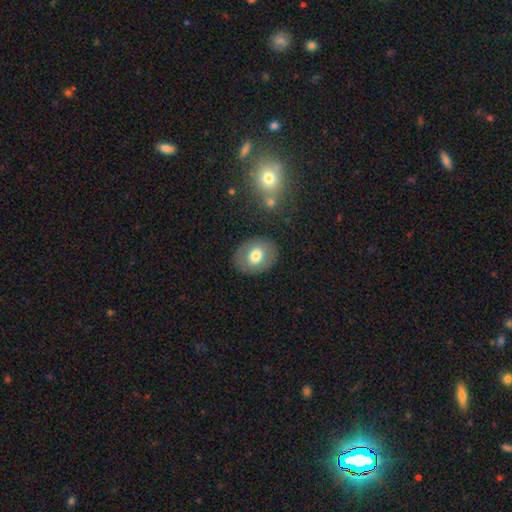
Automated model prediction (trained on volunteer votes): The model was most divided on "how rounded": round: 50%, in between: 49%, cigar-shaped: 1%. More confident: merging — none (84%); smooth or featured — smooth (69%).